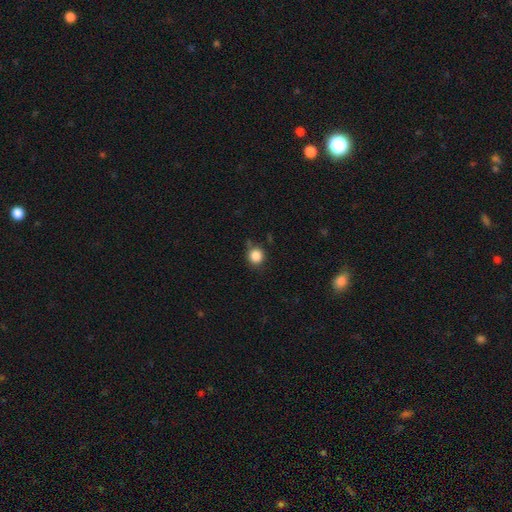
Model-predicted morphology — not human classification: type=smooth (86%); roundness=round (89%); merging=none (75%).